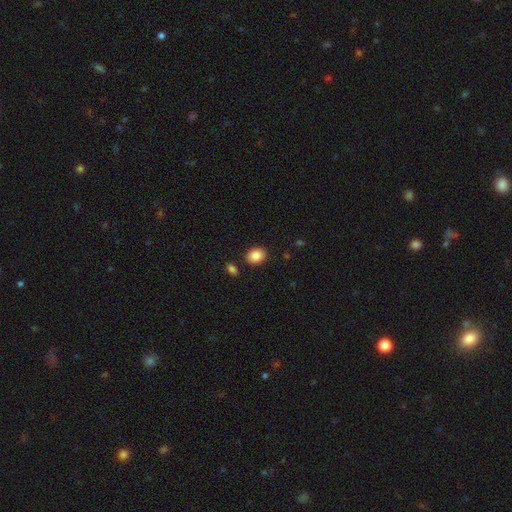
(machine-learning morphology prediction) smooth_or_featured: smooth (p=0.87) [alt: star or artifact p=0.08]
how_rounded: in between (p=0.54) [alt: round p=0.45]
merging: none (p=0.85) [alt: minor disturbance p=0.08]